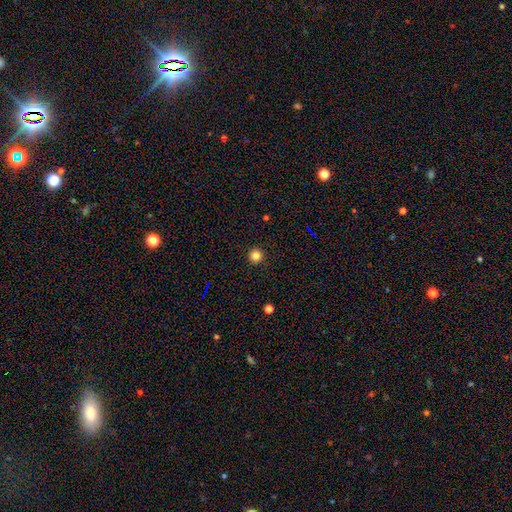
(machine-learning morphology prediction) smooth_or_featured: smooth (p=0.83) [alt: star or artifact p=0.13]
how_rounded: round (p=0.96) [alt: in between p=0.03]
merging: none (p=0.94) [alt: minor disturbance p=0.04]